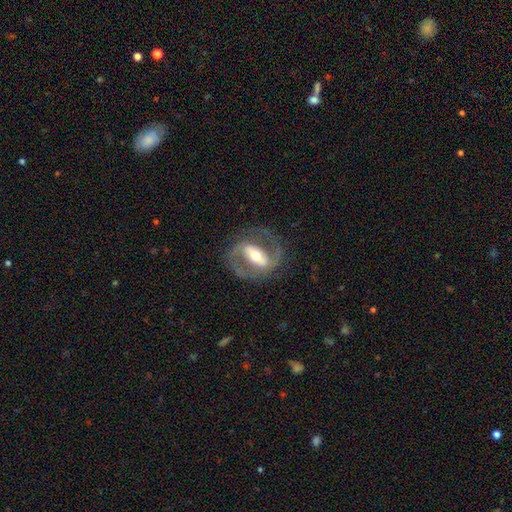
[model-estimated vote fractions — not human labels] The model was most divided on "spiral winding": medium: 54%, loose: 24%, tight: 22%. More confident: edge-on disk — no (94%); spiral arm count — 2 (89%); spiral arms — yes (88%); smooth or featured — featured or disk (84%); merging — none (75%); bulge size — moderate (64%); bar — strong (62%).